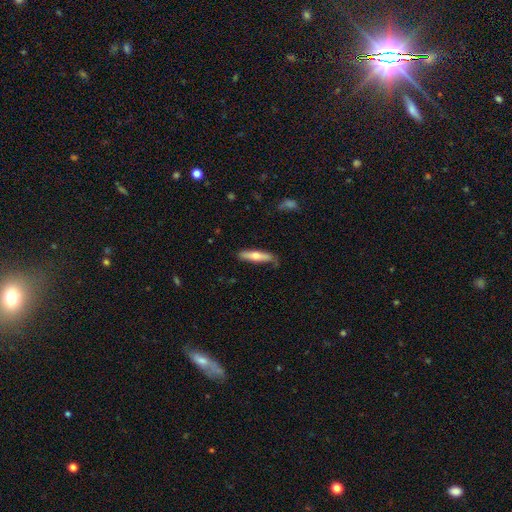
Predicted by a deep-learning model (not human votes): A smooth galaxy with no disk features (58%) that is cigar-shaped (80%).

Vote fractions:
- Smooth or featured? smooth: 58% / featured or disk: 37% / star or artifact: 6%
- How rounded? cigar-shaped: 80% / in between: 19% / round: 2%
- Merging? none: 74% / minor disturbance: 20% / major disturbance: 4% / merger: 2%